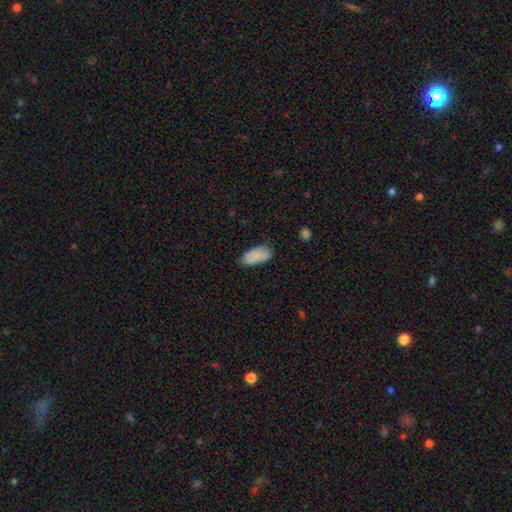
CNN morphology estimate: Smooth or featured?
  - smooth: 83% *
  - featured or disk: 9%
  - star or artifact: 7%
How rounded?
  - in between: 92% *
  - cigar-shaped: 5%
  - round: 2%
Merging?
  - none: 66% *
  - minor disturbance: 26%
  - major disturbance: 5%
  - merger: 2%